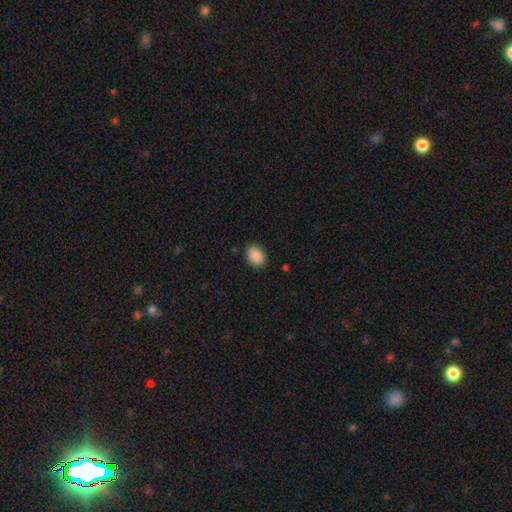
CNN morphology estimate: Q: Smooth or featured?
A: smooth (89%); runner-up: star or artifact (8%)
Q: How rounded?
A: in between (64%); runner-up: round (35%)
Q: Merging?
A: none (86%); runner-up: minor disturbance (11%)